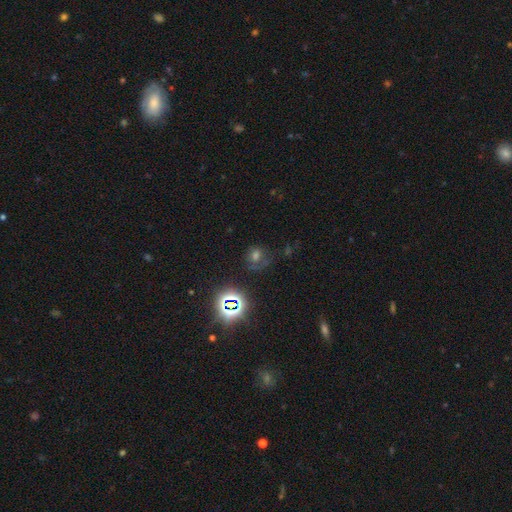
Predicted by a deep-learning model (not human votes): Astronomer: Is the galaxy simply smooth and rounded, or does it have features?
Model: smooth — 45% (runner-up: star or artifact, 40%).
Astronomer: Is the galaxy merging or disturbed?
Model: none — 59%.